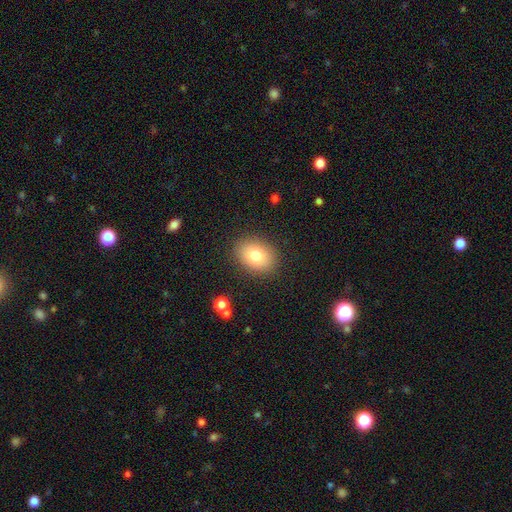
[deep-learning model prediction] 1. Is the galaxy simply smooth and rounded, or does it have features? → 79% smooth, 11% featured or disk, 9% star or artifact.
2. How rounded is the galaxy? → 72% in between, 27% round, 1% cigar-shaped.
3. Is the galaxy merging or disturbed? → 87% none, 9% minor disturbance, 3% major disturbance, 1% merger.